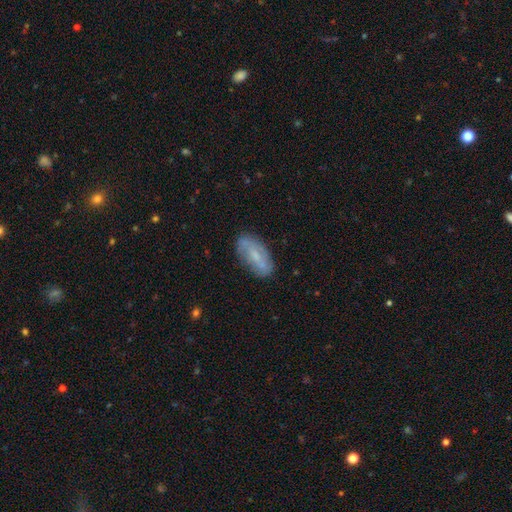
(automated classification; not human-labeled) featured or disk 49%, smooth 44%, star or artifact 7%. Down the decision tree: merging — none (76%).